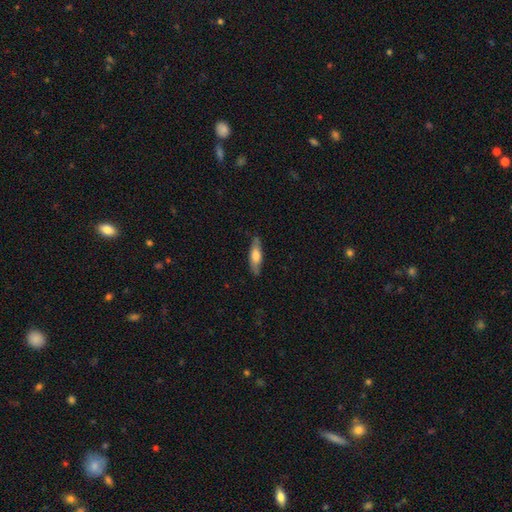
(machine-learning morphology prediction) smooth_or_featured: smooth (p=0.61) [alt: featured or disk p=0.33]
how_rounded: cigar-shaped (p=0.54) [alt: in between p=0.44]
merging: none (p=0.82) [alt: minor disturbance p=0.14]